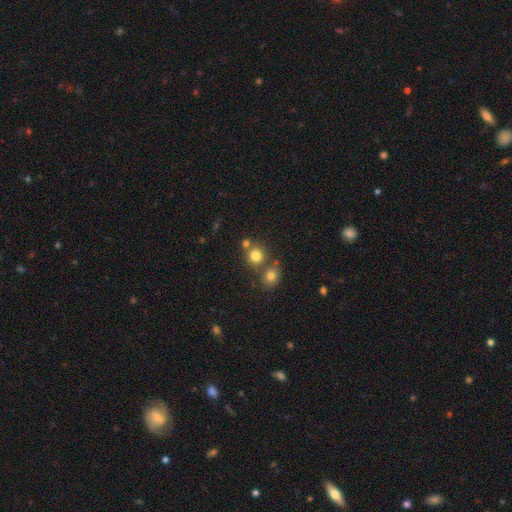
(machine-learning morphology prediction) A smooth galaxy with no disk features (78%) that is round (88%). Merging: none (62%).